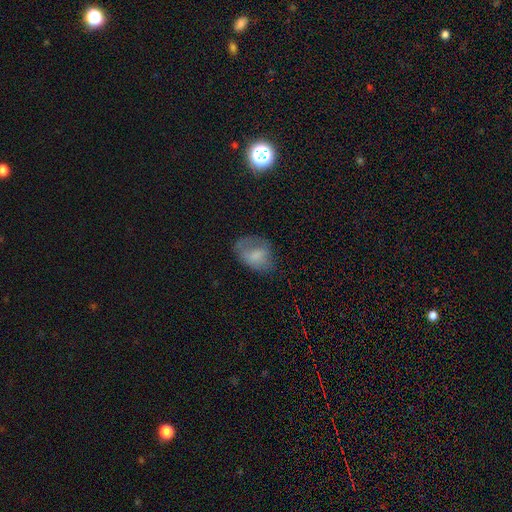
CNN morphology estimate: Smooth or featured? Predicted: smooth (p=0.68). How rounded? Predicted: in between (p=0.74). Merging? Predicted: none (p=0.46).